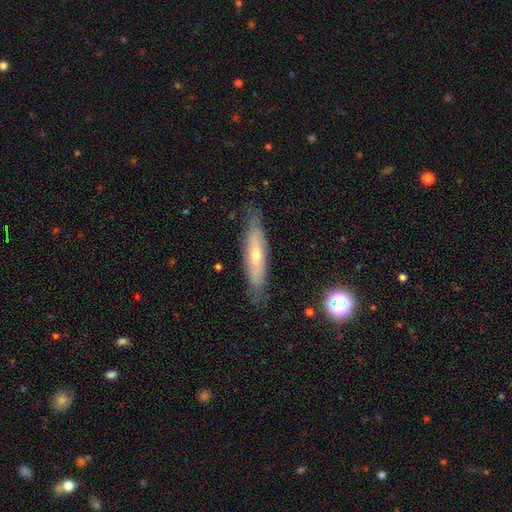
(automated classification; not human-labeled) smooth-or-featured: featured or disk: 55% | smooth: 37% | star or artifact: 8%
  disk-edge-on: yes: 64% | no: 36%
  merging: none: 82% | minor disturbance: 14% | major disturbance: 3% | merger: 1%